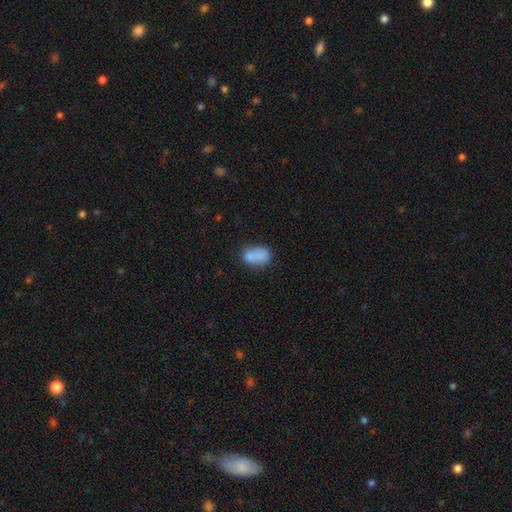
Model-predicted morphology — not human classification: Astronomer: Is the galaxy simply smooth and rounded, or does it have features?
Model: smooth — 80%.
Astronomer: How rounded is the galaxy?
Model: in between — 82%.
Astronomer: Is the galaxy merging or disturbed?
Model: none — 53%.